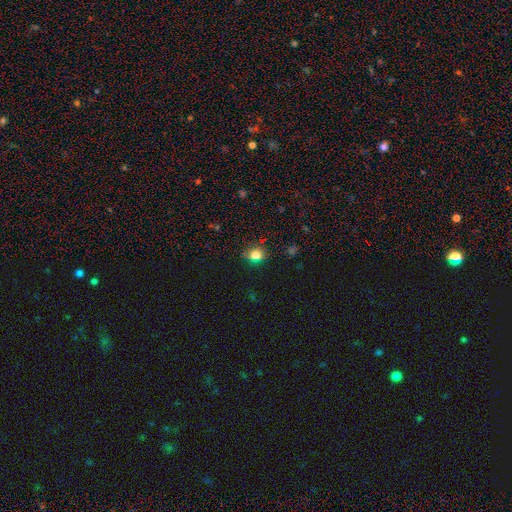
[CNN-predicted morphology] The model was most divided on "how rounded": round: 73%, in between: 26%, cigar-shaped: 1%. More confident: merging — none (79%); smooth or featured — smooth (77%).